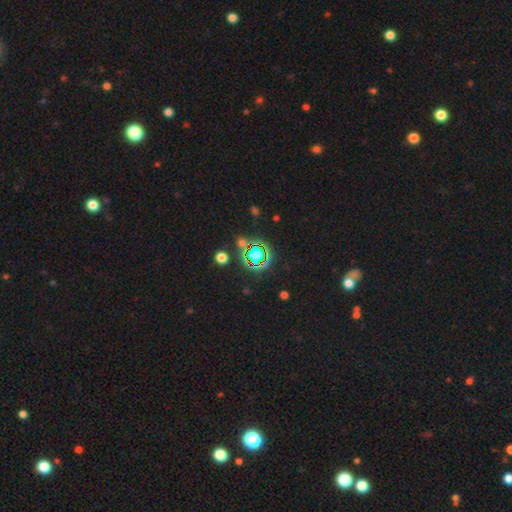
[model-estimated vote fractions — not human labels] A star or artifact, not a galaxy (76%).